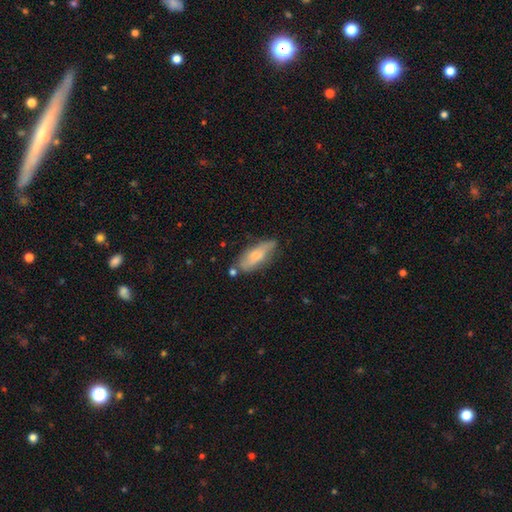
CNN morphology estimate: A smooth galaxy with no disk features (63%) that is in between round and cigar-shaped (61%).

Vote fractions:
- Smooth or featured? smooth: 63% / featured or disk: 30% / star or artifact: 7%
- How rounded? in between: 61% / cigar-shaped: 36% / round: 2%
- Merging? none: 61% / minor disturbance: 26% / major disturbance: 7% / merger: 6%